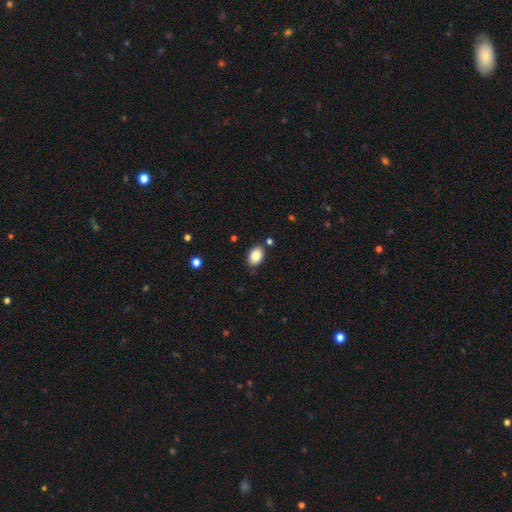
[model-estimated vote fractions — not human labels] smooth 85%, star or artifact 8%, featured or disk 7%. Down the decision tree: how rounded — in between (84%); merging — none (83%).